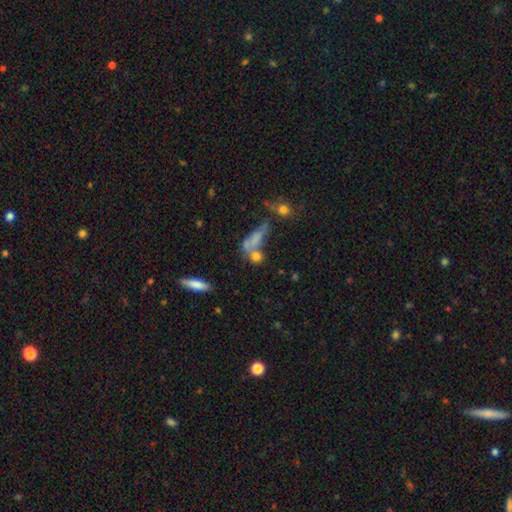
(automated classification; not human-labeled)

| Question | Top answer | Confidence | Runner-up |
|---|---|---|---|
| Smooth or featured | smooth | 69% | featured or disk (17%) |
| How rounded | round | 39% | tied: in between (39%) |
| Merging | merger | 38% | tied: none (38%) |